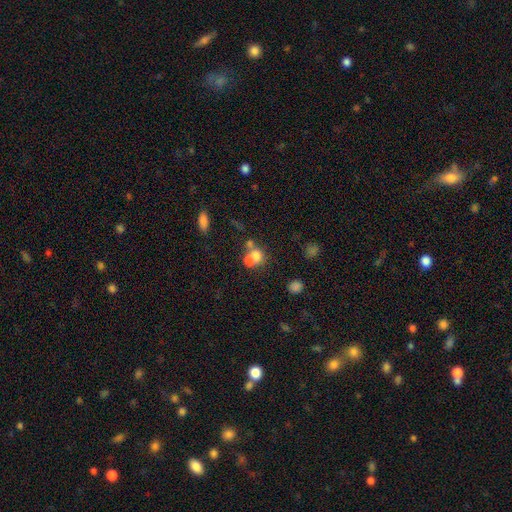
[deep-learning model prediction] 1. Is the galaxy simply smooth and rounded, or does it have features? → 65% smooth, 21% featured or disk, 14% star or artifact.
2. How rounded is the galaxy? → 71% round, 28% in between, 1% cigar-shaped.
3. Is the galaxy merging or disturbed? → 60% merger, 28% none, 7% minor disturbance, 5% major disturbance.